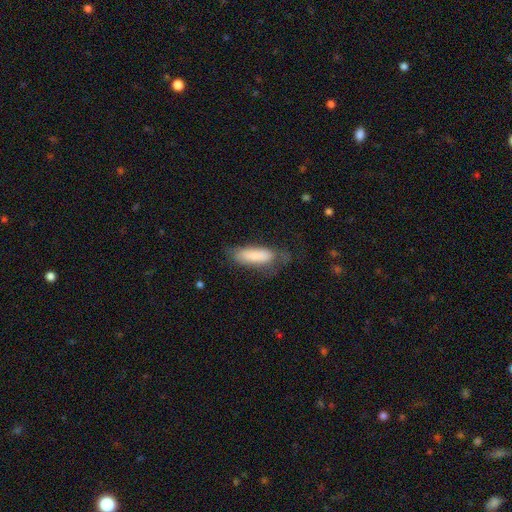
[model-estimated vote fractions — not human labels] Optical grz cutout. It shows a smooth galaxy with no disk features (76%) that is in between round and cigar-shaped (56%). Merging: none (53%).